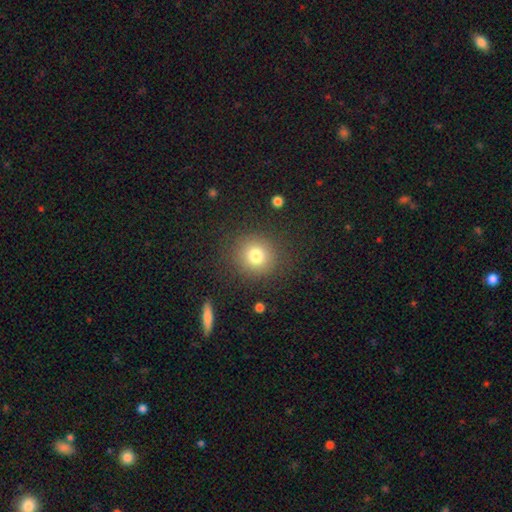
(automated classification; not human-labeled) Smooth or featured?
  - smooth: 78% *
  - star or artifact: 13%
  - featured or disk: 9%
How rounded?
  - round: 89% *
  - in between: 10%
  - cigar-shaped: 1%
Merging?
  - none: 86% *
  - minor disturbance: 8%
  - major disturbance: 4%
  - merger: 1%